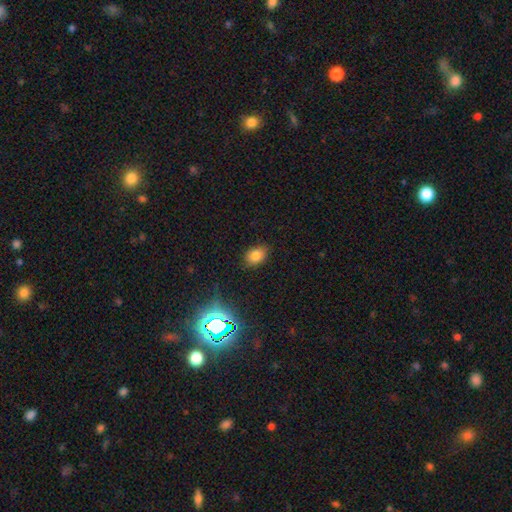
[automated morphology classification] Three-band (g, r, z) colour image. It shows a smooth galaxy with no disk features (79%) that is in between round and cigar-shaped (71%). Merging: none (82%).